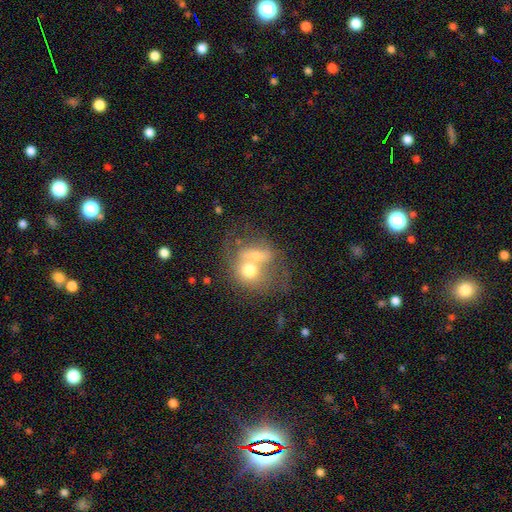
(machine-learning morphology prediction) A smooth galaxy with no disk features (52%) that is round (53%).

Vote fractions:
- Smooth or featured? smooth: 52% / featured or disk: 38% / star or artifact: 10%
- How rounded? round: 53% / in between: 46% / cigar-shaped: 2%
- Merging? merger: 71% / none: 13% / major disturbance: 9% / minor disturbance: 7%